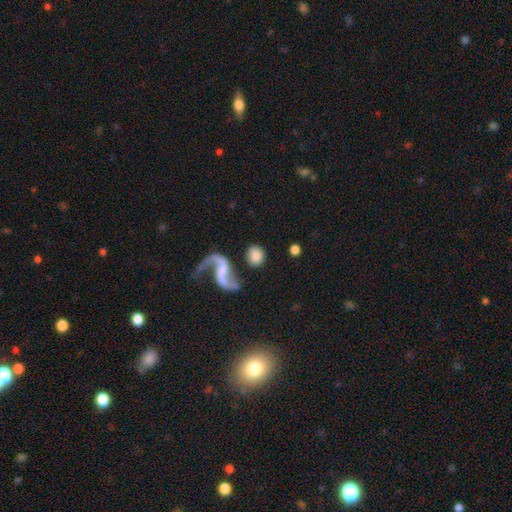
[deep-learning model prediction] smooth_or_featured: smooth (p=0.56) [alt: featured or disk p=0.36]
how_rounded: round (p=0.71) [alt: in between p=0.26]
merging: none (p=0.70) [alt: minor disturbance p=0.12]